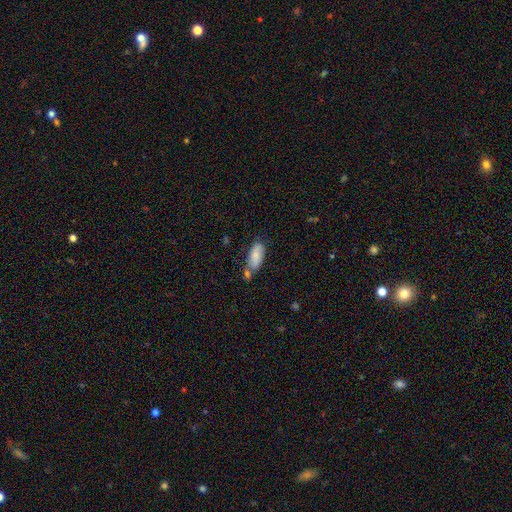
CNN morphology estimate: Smooth or featured? smooth (79%)
How rounded? in between (84%)
Merging? none (54%)